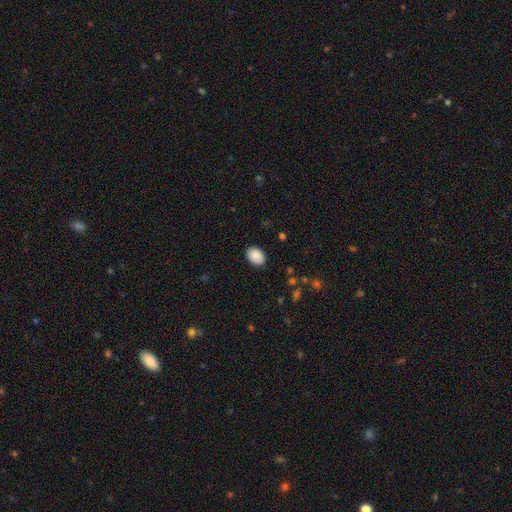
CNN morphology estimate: The model was most divided on "how rounded": in between: 77%, round: 22%, cigar-shaped: 1%. More confident: smooth or featured — smooth (89%); merging — none (88%).